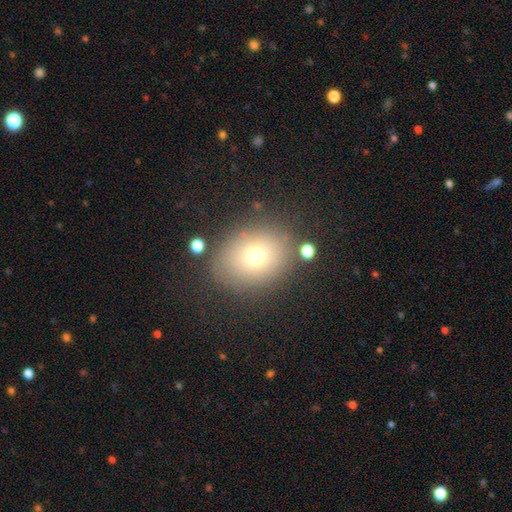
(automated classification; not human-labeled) Overall: smooth (69%). How rounded: in between (51%; round 48%). Merging: none (80%).